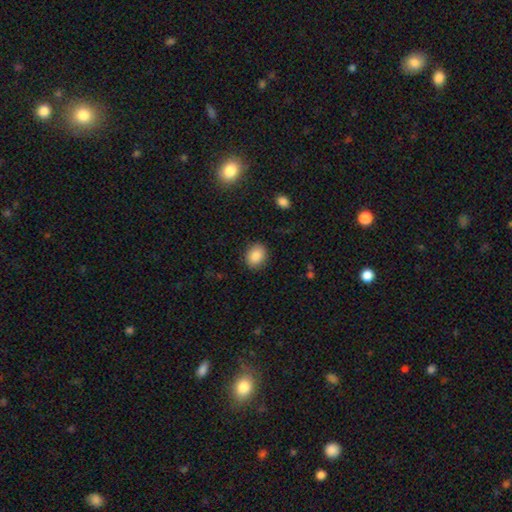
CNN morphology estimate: A smooth galaxy with no disk features (87%) that is in between round and cigar-shaped (59%). Merging: none (87%).